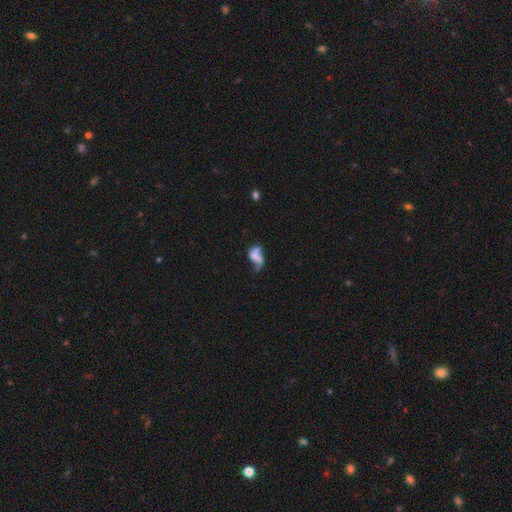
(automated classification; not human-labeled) Smooth or featured? smooth (47%)
Merging? merger (37%)